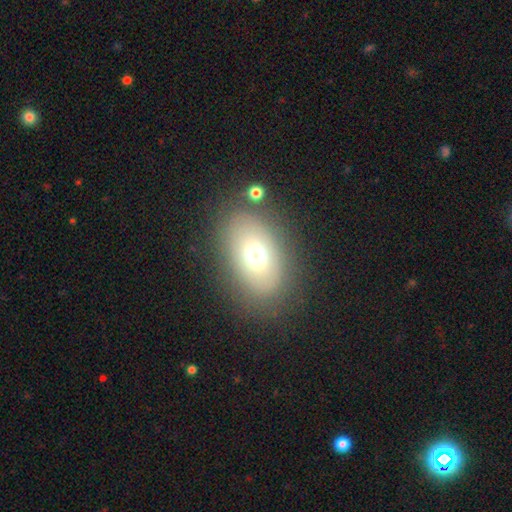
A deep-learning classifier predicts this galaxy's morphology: Smooth or featured? smooth (66%)
How rounded? in between (83%)
Merging? none (78%)